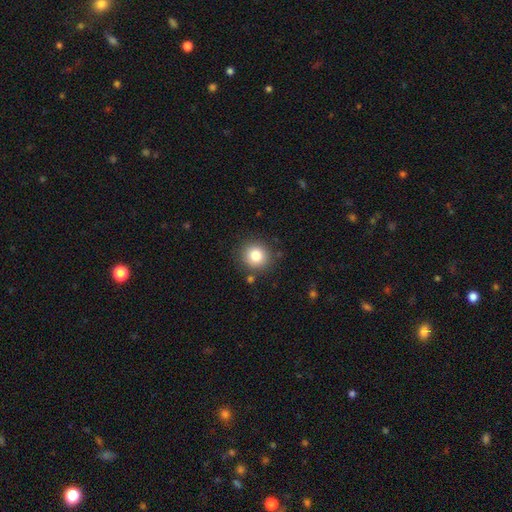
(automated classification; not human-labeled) smooth 82%, star or artifact 11%, featured or disk 8%. Down the decision tree: how rounded — round (91%); merging — none (87%).